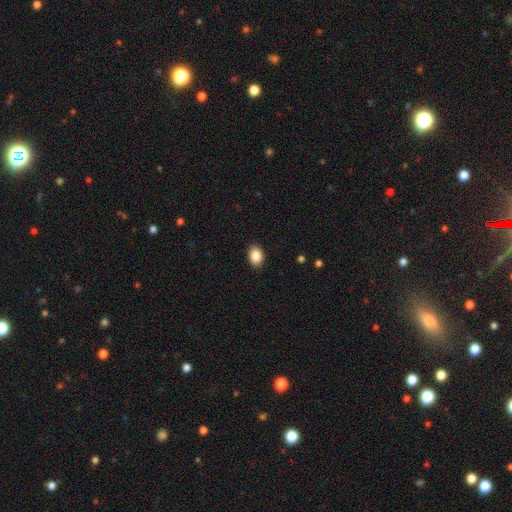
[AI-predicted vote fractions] This is clearly a smooth galaxy (88%). How rounded: likely in between (74%). Merging: clearly none (90%).